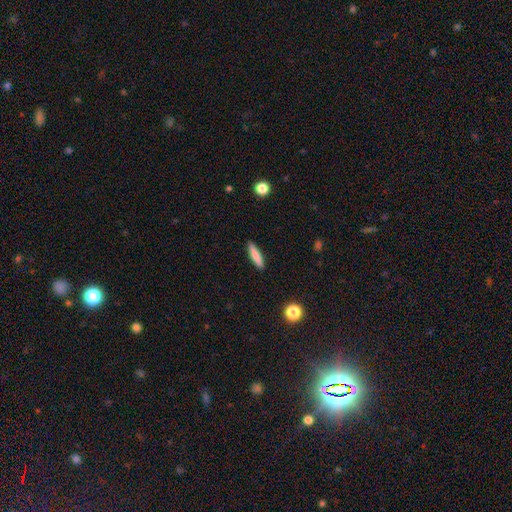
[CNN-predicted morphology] This is clearly a smooth galaxy (81%). How rounded: clearly cigar-shaped (84%). Merging: clearly none (90%).